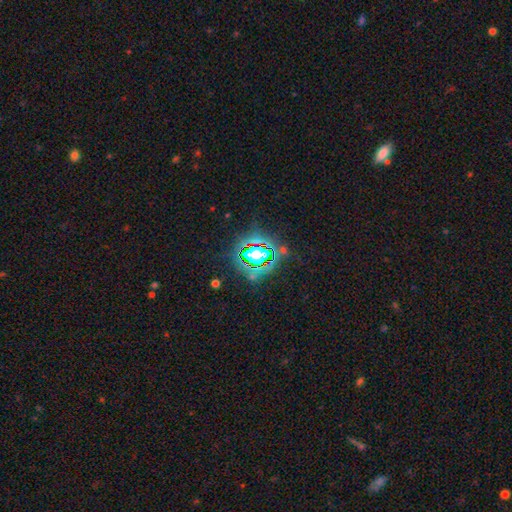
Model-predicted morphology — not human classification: type=star or artifact (69%).